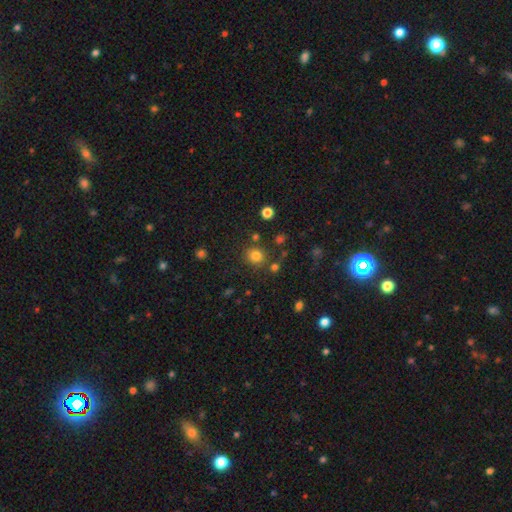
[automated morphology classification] A smooth galaxy with no disk features (79%) that is round (84%).

Vote fractions:
- Smooth or featured? smooth: 79% / star or artifact: 15% / featured or disk: 7%
- How rounded? round: 84% / in between: 15% / cigar-shaped: 1%
- Merging? none: 82% / minor disturbance: 9% / merger: 6% / major disturbance: 3%